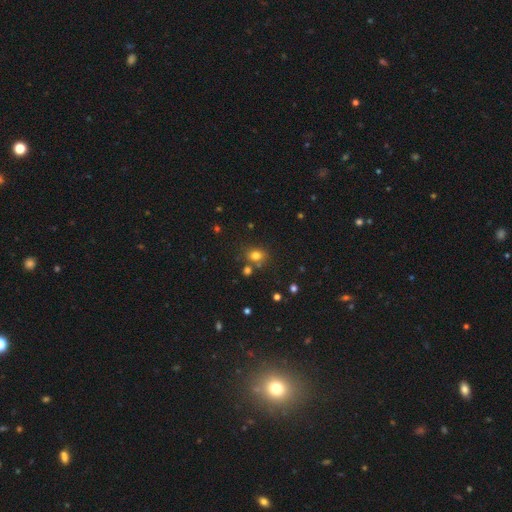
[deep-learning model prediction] Overall: smooth (76%). How rounded: round (52%; in between 47%). Merging: none (68%).